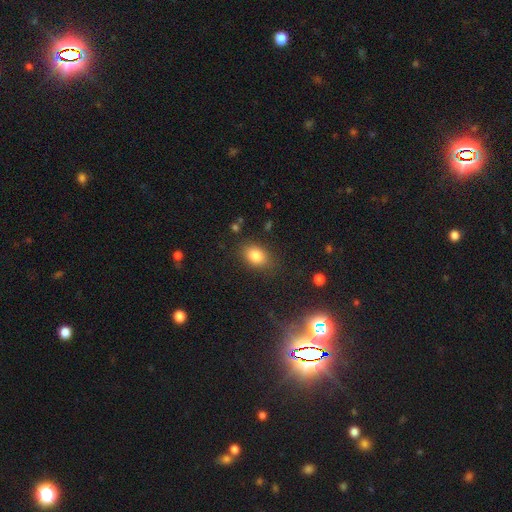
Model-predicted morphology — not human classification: Smooth or featured? smooth (82%)
How rounded? in between (78%)
Merging? none (82%)